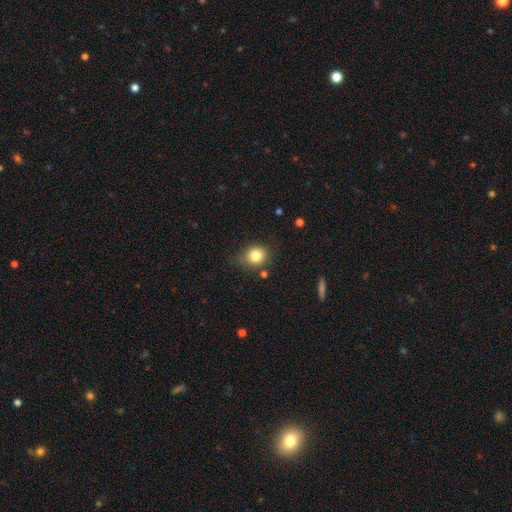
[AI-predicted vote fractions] smooth 81%, star or artifact 11%, featured or disk 8%. Down the decision tree: how rounded — round (79%); merging — none (70%).